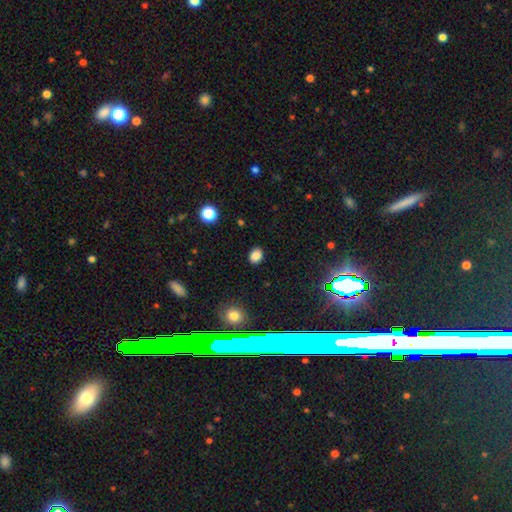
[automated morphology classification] smooth 84%, star or artifact 12%, featured or disk 4%. Down the decision tree: how rounded — in between (59%); merging — none (88%).